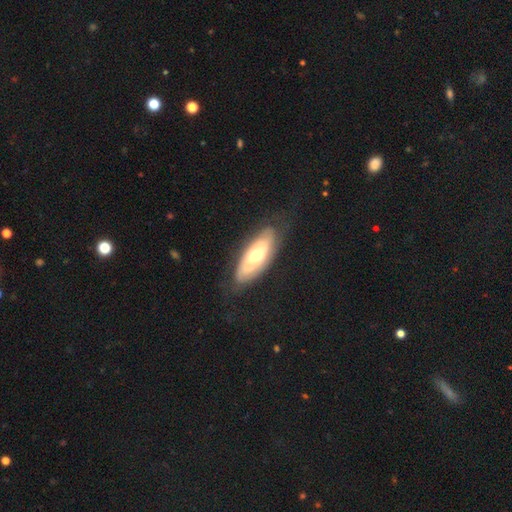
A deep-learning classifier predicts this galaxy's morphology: This appears to be a featured or disk galaxy (60%). Merging: none (74%).